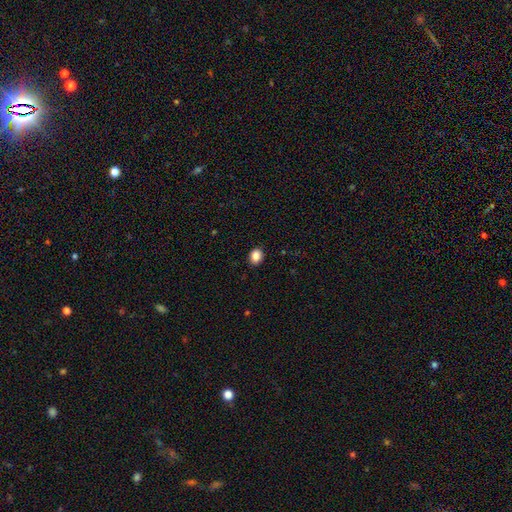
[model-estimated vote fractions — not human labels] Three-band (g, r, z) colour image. It shows a smooth galaxy with no disk features (86%) that is round (56%). Merging: none (91%).